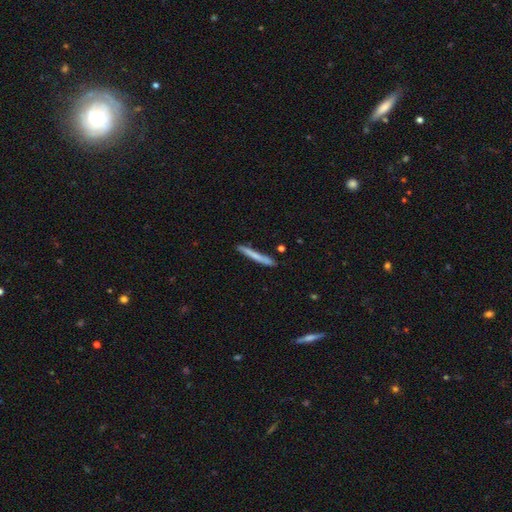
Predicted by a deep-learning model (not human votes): Smooth or featured: smooth — 66% (featured or disk — 28%)
How rounded: cigar-shaped — 97% (in between — 2%)
Merging: none — 86% (minor disturbance — 10%)